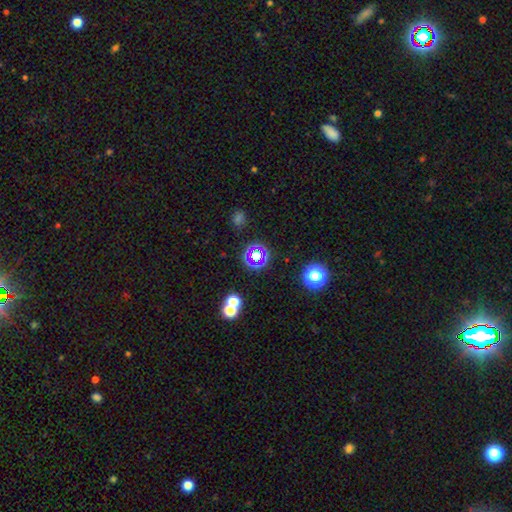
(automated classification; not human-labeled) smooth-or-featured: star or artifact: 55% | smooth: 31% | featured or disk: 14%